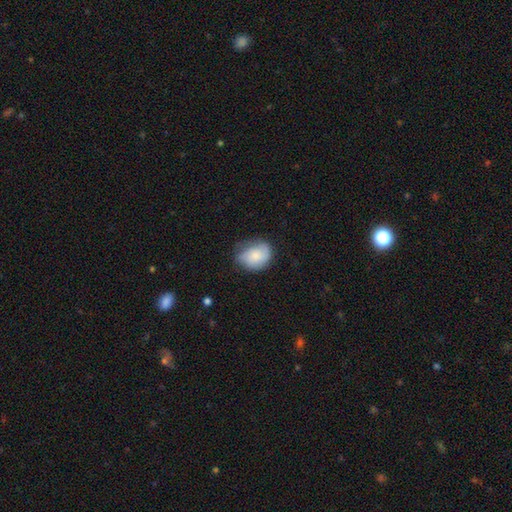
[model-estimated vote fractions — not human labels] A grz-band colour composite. It shows a smooth galaxy with no disk features (74%) that is in between round and cigar-shaped (51%). Merging: none (54%).